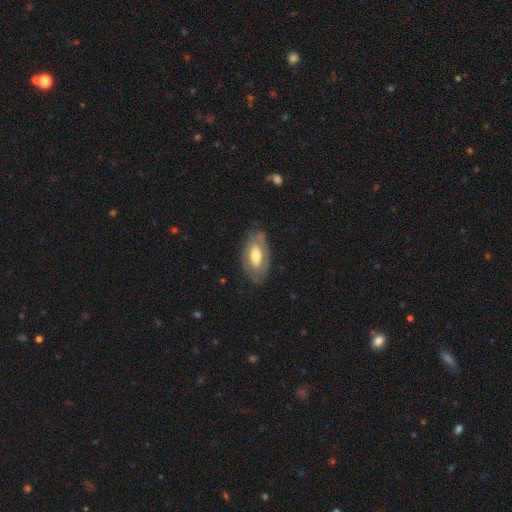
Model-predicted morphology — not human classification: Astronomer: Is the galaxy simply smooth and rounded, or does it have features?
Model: featured or disk — 53% (runner-up: smooth, 41%).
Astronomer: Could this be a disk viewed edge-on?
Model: no — 87%.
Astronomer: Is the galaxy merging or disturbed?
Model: none — 74%.